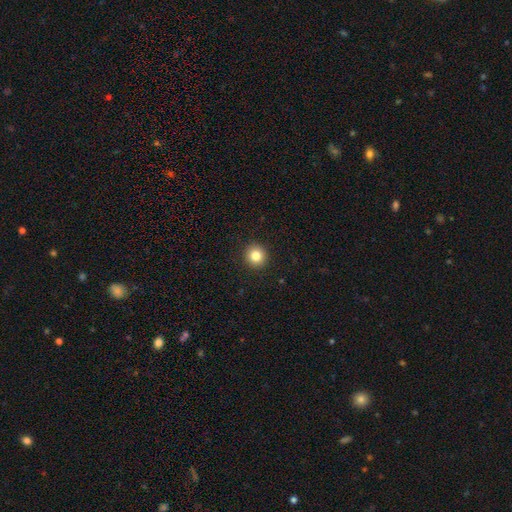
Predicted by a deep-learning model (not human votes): A smooth galaxy with no disk features (83%) that is round (93%).

Vote fractions:
- Smooth or featured? smooth: 83% / star or artifact: 11% / featured or disk: 6%
- How rounded? round: 93% / in between: 6% / cigar-shaped: 1%
- Merging? none: 93% / minor disturbance: 5% / major disturbance: 2% / merger: 1%